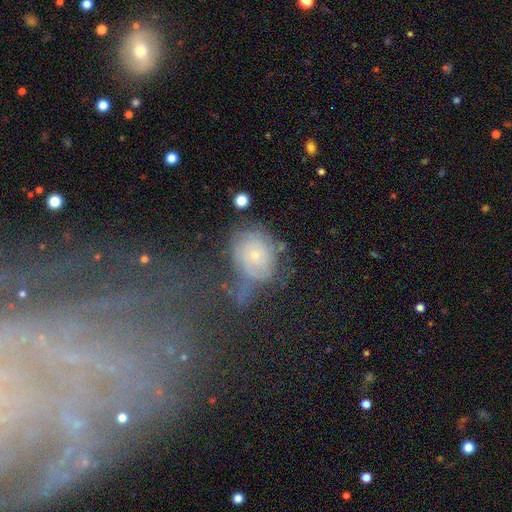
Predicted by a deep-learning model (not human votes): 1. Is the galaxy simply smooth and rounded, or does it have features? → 49% featured or disk, 36% smooth, 15% star or artifact.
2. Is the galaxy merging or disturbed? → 48% none, 24% minor disturbance, 17% major disturbance, 10% merger.